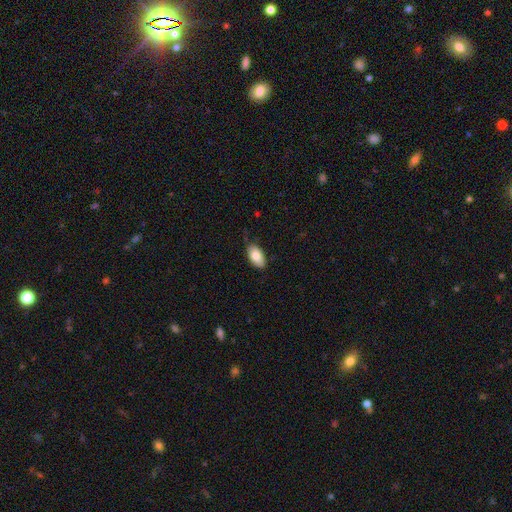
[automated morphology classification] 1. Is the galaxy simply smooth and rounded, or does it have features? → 83% smooth, 10% featured or disk, 7% star or artifact.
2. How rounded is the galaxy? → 94% in between, 4% round, 2% cigar-shaped.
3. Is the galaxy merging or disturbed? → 79% none, 18% minor disturbance, 2% major disturbance, 1% merger.